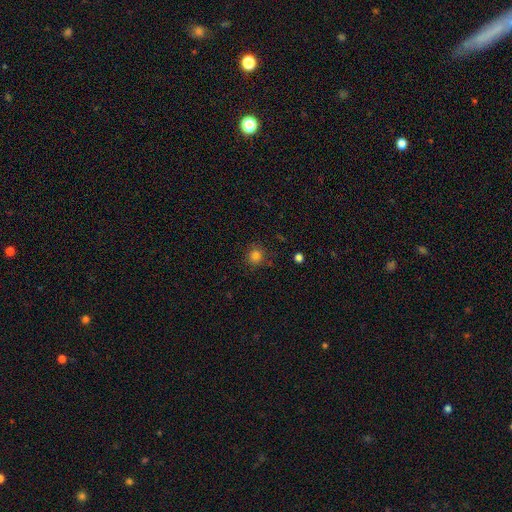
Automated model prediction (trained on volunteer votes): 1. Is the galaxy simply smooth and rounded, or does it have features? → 81% smooth, 14% star or artifact, 5% featured or disk.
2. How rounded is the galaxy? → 92% round, 7% in between, 1% cigar-shaped.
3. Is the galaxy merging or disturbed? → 86% none, 10% minor disturbance, 3% major disturbance, 2% merger.